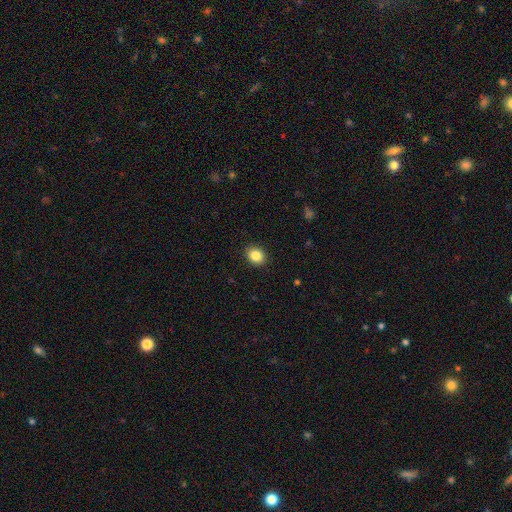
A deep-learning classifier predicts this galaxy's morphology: Smooth or featured: smooth — 86% (star or artifact — 9%)
How rounded: round — 56% (in between — 44%)
Merging: none — 91% (minor disturbance — 7%)